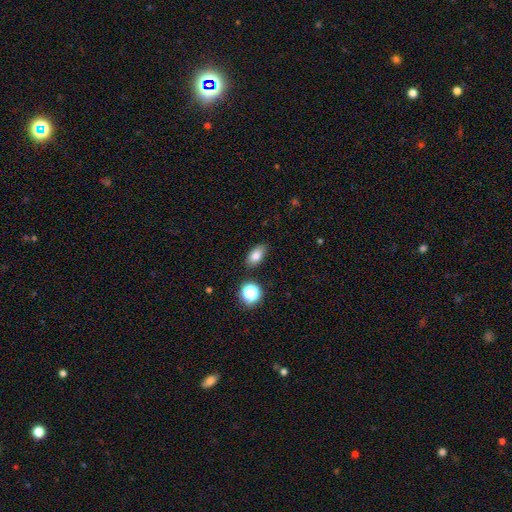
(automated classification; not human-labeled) A smooth galaxy with no disk features (81%) that is in between round and cigar-shaped (87%).

Vote fractions:
- Smooth or featured? smooth: 81% / star or artifact: 11% / featured or disk: 8%
- How rounded? in between: 87% / round: 10% / cigar-shaped: 3%
- Merging? none: 83% / minor disturbance: 11% / merger: 3% / major disturbance: 3%